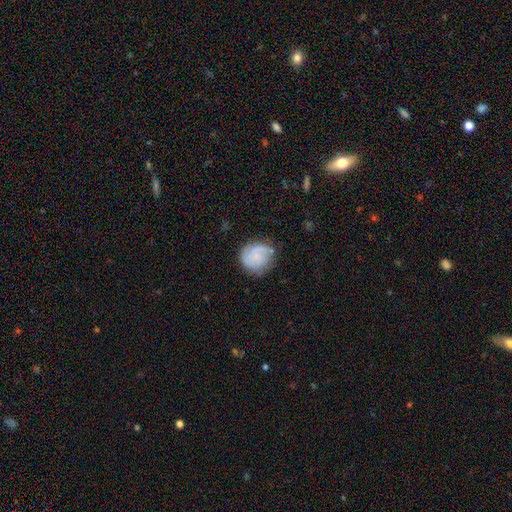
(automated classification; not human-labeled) smooth-or-featured: smooth: 47% | featured or disk: 45% | star or artifact: 8%
  merging: none: 69% | minor disturbance: 21% | major disturbance: 7% | merger: 2%